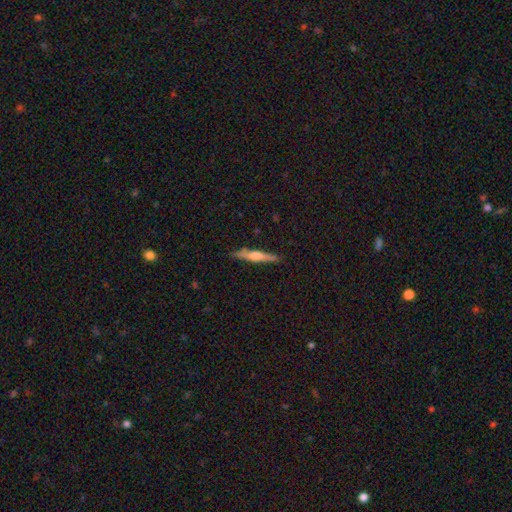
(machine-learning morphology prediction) A featured or disk galaxy (60%) viewed edge-on (97%) with a rounded central bulge (76%). Merging: none (89%).